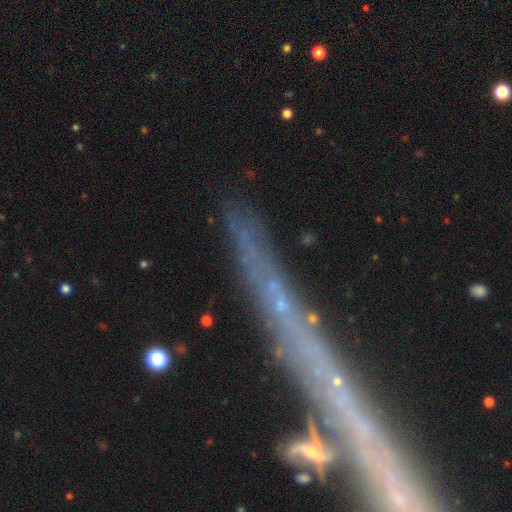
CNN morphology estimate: Smooth or featured: featured or disk — 50% (smooth — 27%)
Merging: none — 70% (minor disturbance — 13%)